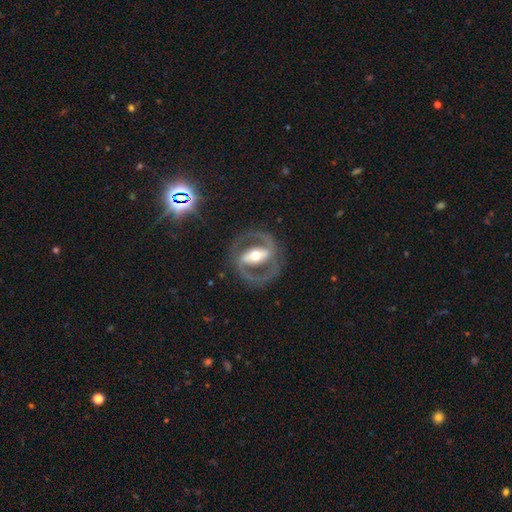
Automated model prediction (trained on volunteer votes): Q: Smooth or featured?
A: featured or disk (89%); runner-up: smooth (7%)
Q: Edge-on disk?
A: no (96%); runner-up: yes (4%)
Q: Bar?
A: strong (64%); runner-up: weak (22%)
Q: Spiral arms?
A: yes (89%); runner-up: no (11%)
Q: Spiral winding?
A: medium (56%); runner-up: tight (29%)
Q: Spiral arm count?
A: 2 (91%); runner-up: can't tell (3%)
Q: Bulge size?
A: moderate (70%); runner-up: small (14%)
Q: Merging?
A: none (81%); runner-up: minor disturbance (10%)